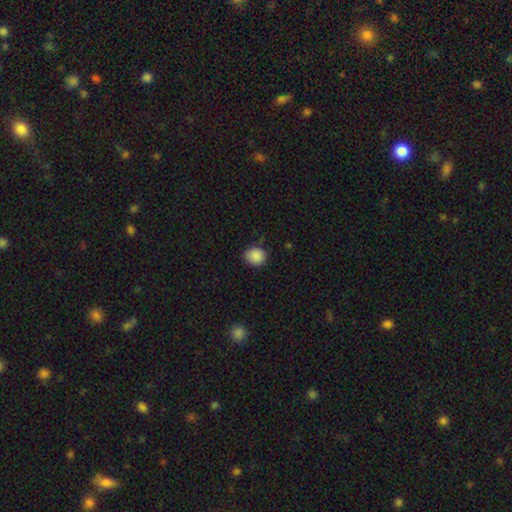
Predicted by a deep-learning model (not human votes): Smooth or featured? Predicted: smooth (p=0.88). How rounded? Predicted: round (p=0.68). Merging? Predicted: none (p=0.79).